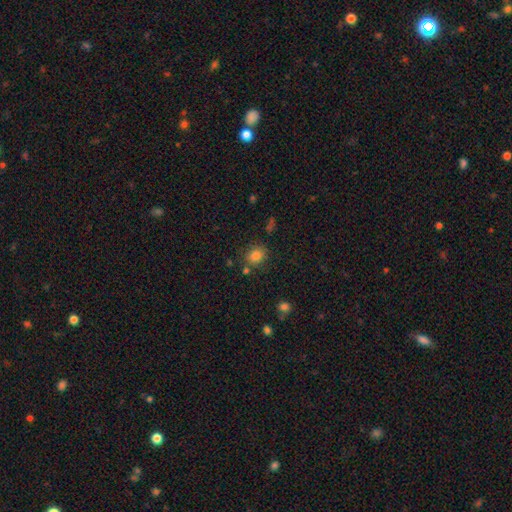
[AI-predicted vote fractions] This is clearly a smooth galaxy (82%). How rounded: likely round (63%). Merging: likely none (76%).